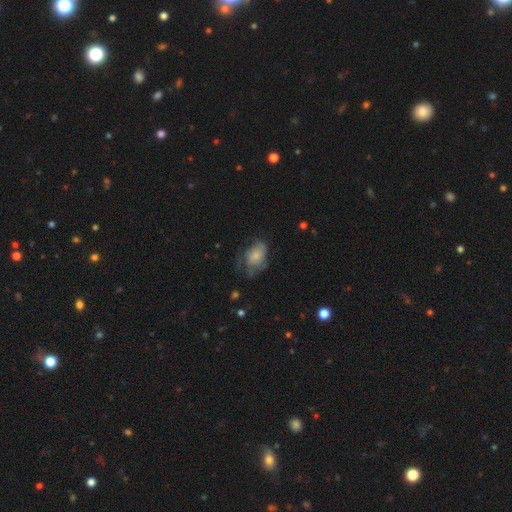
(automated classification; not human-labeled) Smooth or featured? Predicted: smooth (p=0.56). How rounded? Predicted: in between (p=0.81). Merging? Predicted: none (p=0.37).